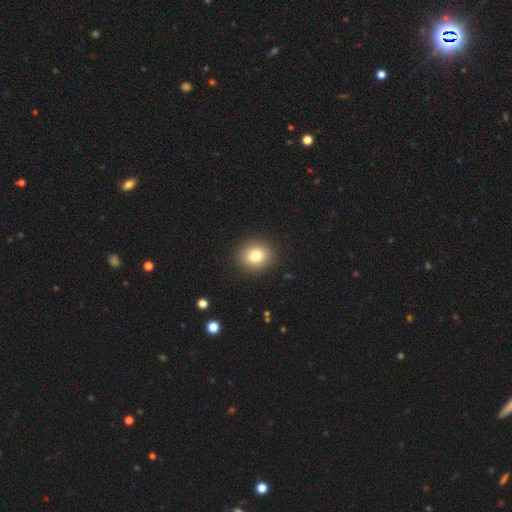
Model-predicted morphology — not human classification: A smooth galaxy with no disk features (79%) that is round (77%). Merging: none (91%).